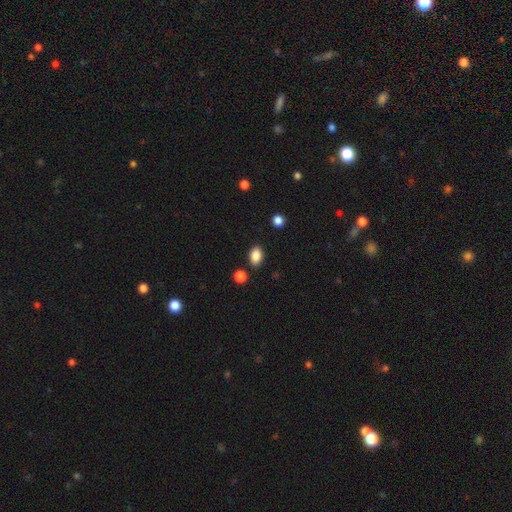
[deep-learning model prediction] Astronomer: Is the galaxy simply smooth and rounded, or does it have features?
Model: smooth — 87%.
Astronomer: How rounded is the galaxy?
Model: in between — 83%.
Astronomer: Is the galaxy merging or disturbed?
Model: none — 85%.